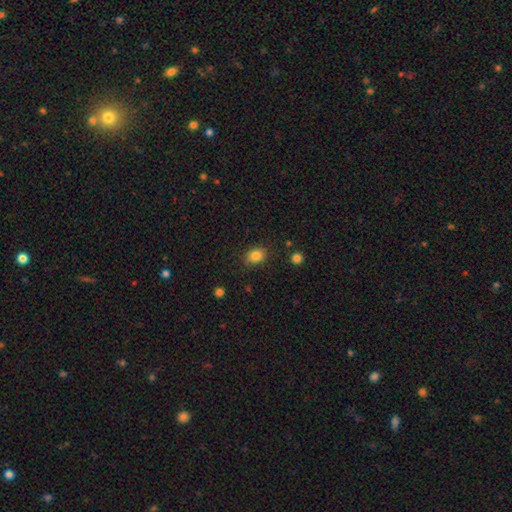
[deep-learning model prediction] A smooth galaxy with no disk features (84%) that is in between round and cigar-shaped (61%). Merging: none (85%).